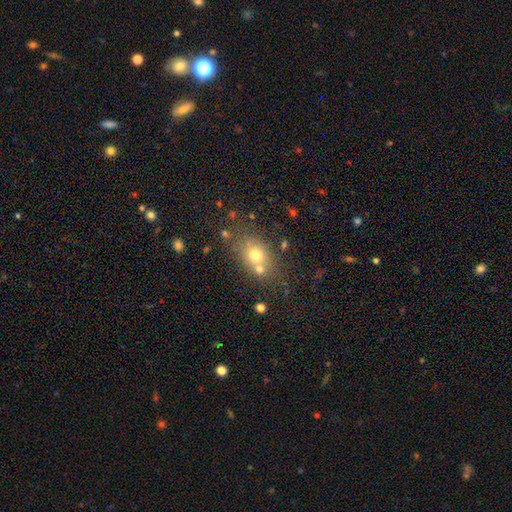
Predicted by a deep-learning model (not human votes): Smooth or featured? Predicted: smooth (p=0.67). How rounded? Predicted: in between (p=0.50). Merging? Predicted: none (p=0.54).